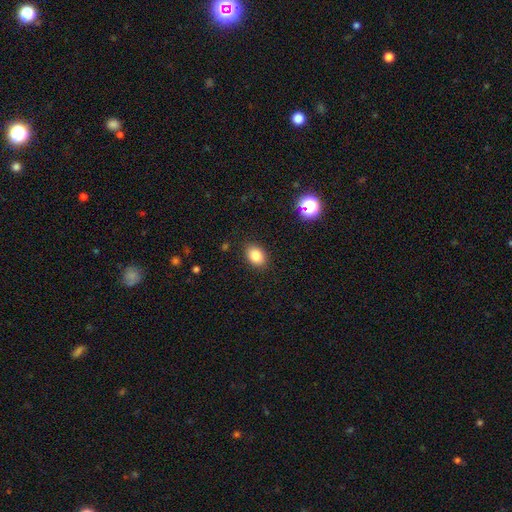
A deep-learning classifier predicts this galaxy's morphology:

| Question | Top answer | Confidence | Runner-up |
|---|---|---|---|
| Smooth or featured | smooth | 84% | star or artifact (10%) |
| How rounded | in between | 70% | round (29%) |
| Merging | none | 86% | minor disturbance (10%) |